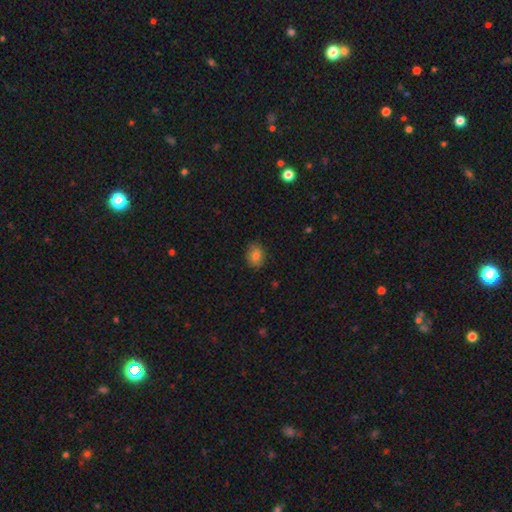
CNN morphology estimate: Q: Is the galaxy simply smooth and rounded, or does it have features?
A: smooth — 83%.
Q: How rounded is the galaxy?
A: in between — 52%.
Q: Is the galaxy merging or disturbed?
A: none — 82%.